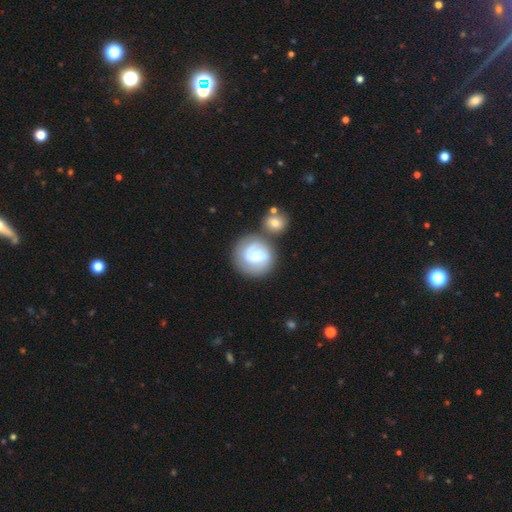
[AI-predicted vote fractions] Smooth or featured: featured or disk — 48% (smooth — 46%)
Merging: none — 55% (merger — 23%)